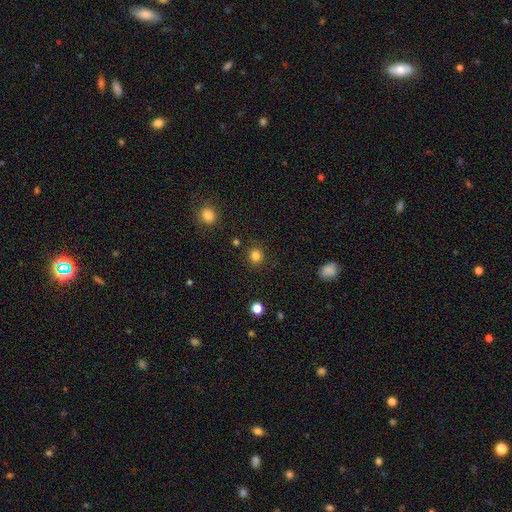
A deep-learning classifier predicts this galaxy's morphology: Overall: smooth (82%). How rounded: round (90%). Merging: none (88%).